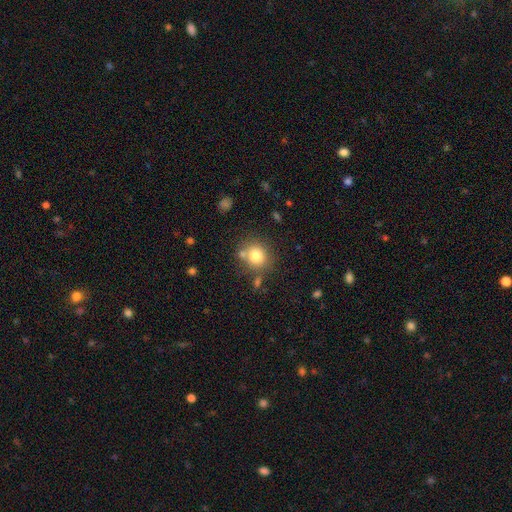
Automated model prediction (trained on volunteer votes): A smooth galaxy with no disk features (78%) that is round (85%).

Vote fractions:
- Smooth or featured? smooth: 78% / star or artifact: 11% / featured or disk: 11%
- How rounded? round: 85% / in between: 14% / cigar-shaped: 1%
- Merging? none: 71% / merger: 13% / minor disturbance: 12% / major disturbance: 5%